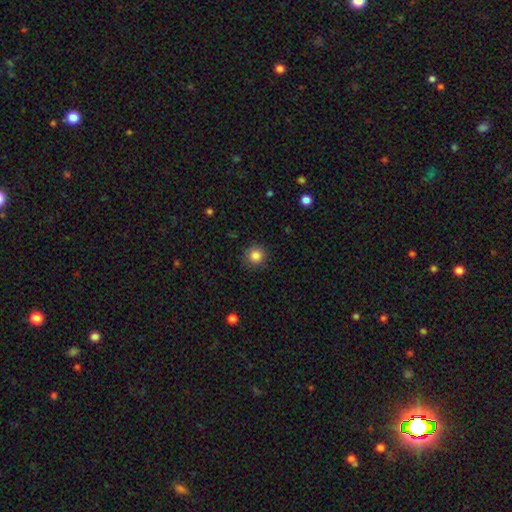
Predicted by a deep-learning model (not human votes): A smooth galaxy with no disk features (85%) that is round (93%). Merging: none (87%).